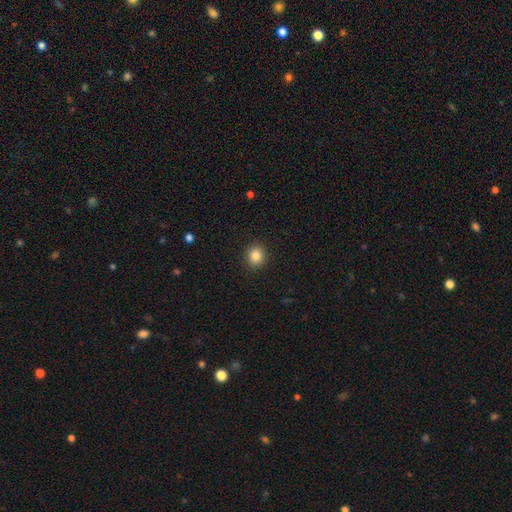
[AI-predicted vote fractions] Q: Smooth or featured?
A: smooth (84%); runner-up: star or artifact (11%)
Q: How rounded?
A: round (81%); runner-up: in between (18%)
Q: Merging?
A: none (91%); runner-up: minor disturbance (6%)